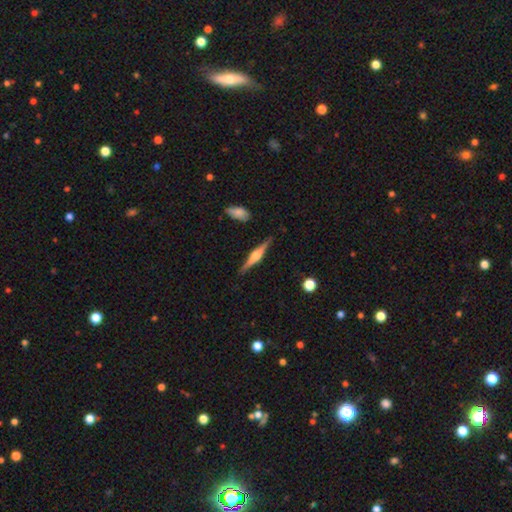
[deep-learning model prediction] The model was most divided on "smooth or featured": featured or disk: 76%, smooth: 19%, star or artifact: 5%. More confident: edge-on disk — yes (98%); merging — none (89%); edge-on bulge — rounded (89%).